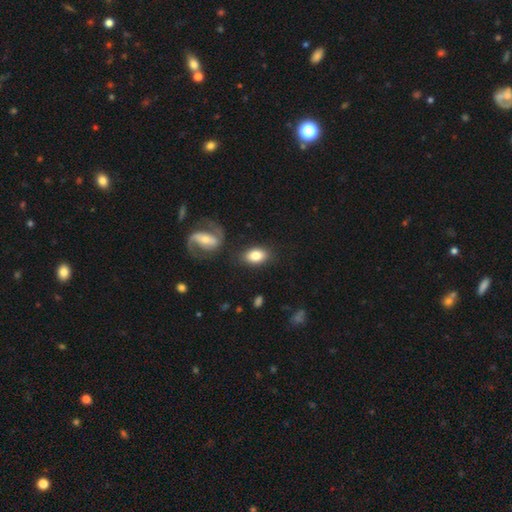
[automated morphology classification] smooth 78%, featured or disk 15%, star or artifact 7%. Down the decision tree: how rounded — in between (87%); merging — none (76%).